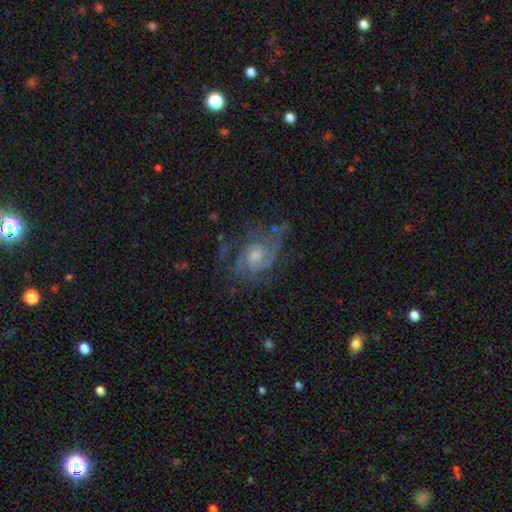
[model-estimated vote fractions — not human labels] Smooth or featured: featured or disk — 81% (star or artifact — 10%)
Edge-on disk: no — 97% (yes — 3%)
Bar: no — 60% (weak — 34%)
Spiral arms: yes — 94% (no — 6%)
Spiral winding: medium — 47% (tight — 39%)
Spiral arm count: 2 — 43% (can't tell — 23%)
Bulge size: moderate — 48% (small — 39%)
Merging: none — 63% (minor disturbance — 19%)